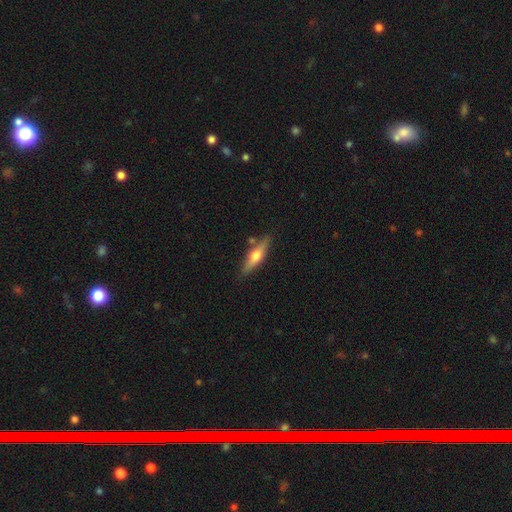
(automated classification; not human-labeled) Overall: featured or disk (52%; smooth 42%). Edge-on disk: yes (92%). Merging: none (81%).